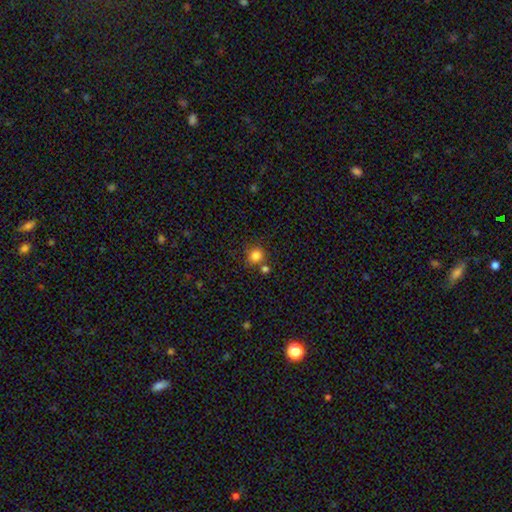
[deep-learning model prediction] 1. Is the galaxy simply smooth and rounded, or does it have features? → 82% smooth, 12% star or artifact, 5% featured or disk.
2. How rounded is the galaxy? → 87% round, 12% in between, 1% cigar-shaped.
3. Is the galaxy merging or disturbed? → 71% none, 15% merger, 11% minor disturbance, 4% major disturbance.